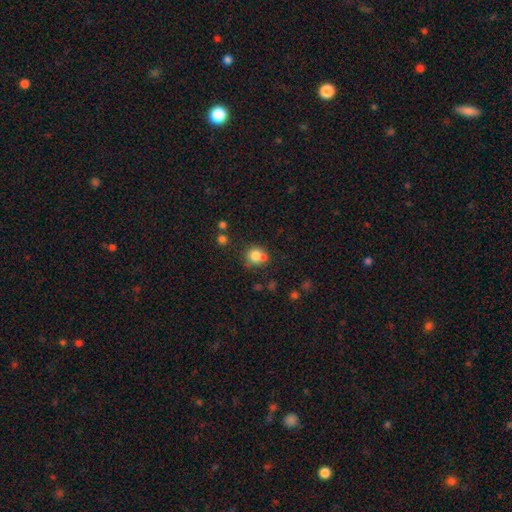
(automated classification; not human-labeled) A smooth galaxy with no disk features (78%) that is round (79%). Merging: none (50%).